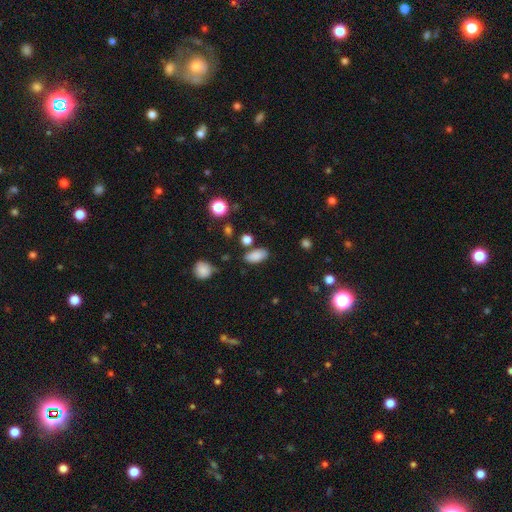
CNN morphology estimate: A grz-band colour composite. It shows a smooth galaxy with no disk features (86%) that is in between round and cigar-shaped (90%). Merging: none (77%).